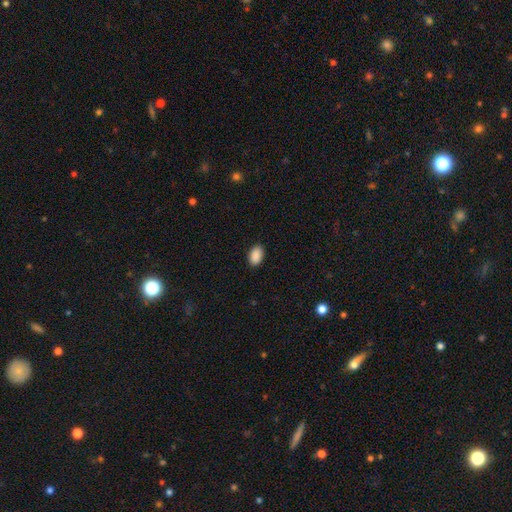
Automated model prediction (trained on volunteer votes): Morphology: type=smooth (90%); roundness=in between (91%); merging=none (89%).